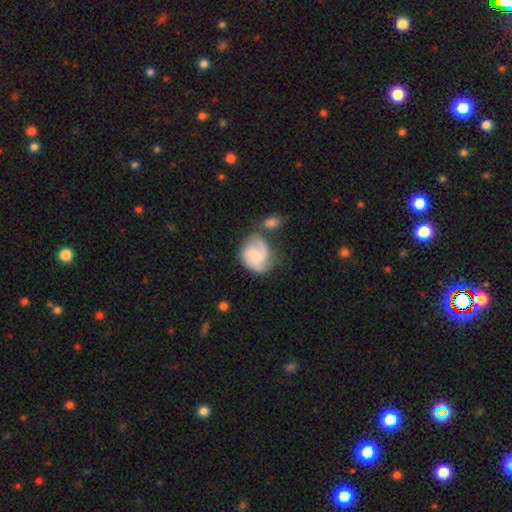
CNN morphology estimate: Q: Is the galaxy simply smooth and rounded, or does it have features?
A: featured or disk — 56%.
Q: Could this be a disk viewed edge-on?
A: no — 97%.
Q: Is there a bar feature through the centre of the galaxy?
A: no — 54%.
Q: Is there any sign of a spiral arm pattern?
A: yes — 87%.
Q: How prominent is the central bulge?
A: small — 53%.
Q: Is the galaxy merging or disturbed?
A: none — 41%.